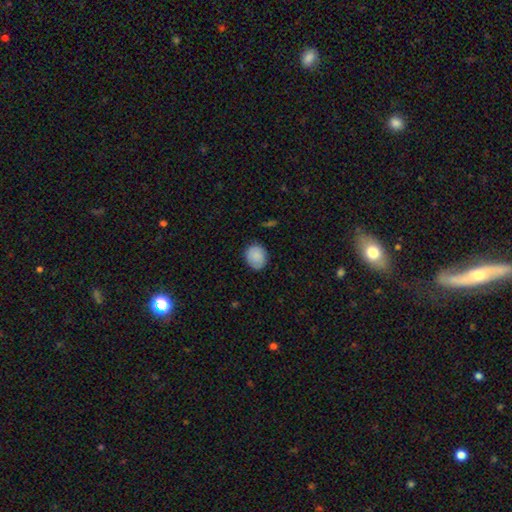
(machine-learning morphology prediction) Smooth or featured?
  - smooth: 86% *
  - star or artifact: 7%
  - featured or disk: 6%
How rounded?
  - round: 62% *
  - in between: 38%
  - cigar-shaped: 1%
Merging?
  - none: 81% *
  - minor disturbance: 15%
  - major disturbance: 3%
  - merger: 1%